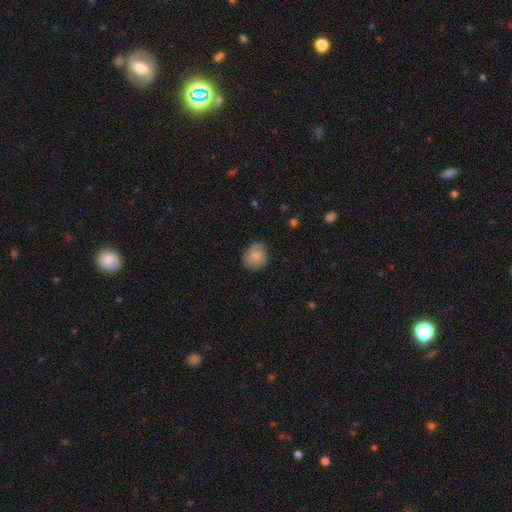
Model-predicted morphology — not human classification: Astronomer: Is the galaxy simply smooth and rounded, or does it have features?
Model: smooth — 80%.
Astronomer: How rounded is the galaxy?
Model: round — 72%.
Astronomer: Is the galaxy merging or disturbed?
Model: none — 69%.